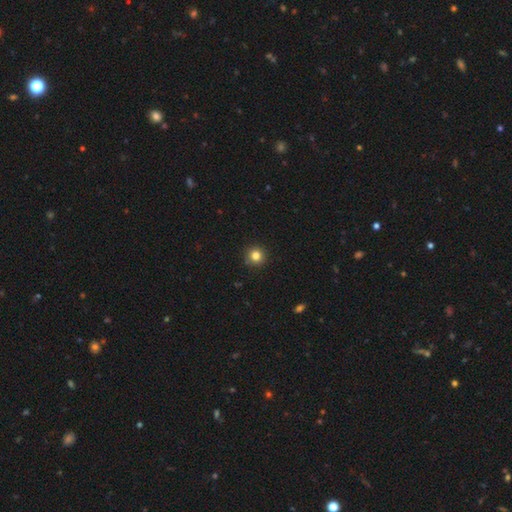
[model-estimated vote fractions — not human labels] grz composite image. It shows a smooth galaxy with no disk features (82%) that is round (95%). Merging: none (91%).